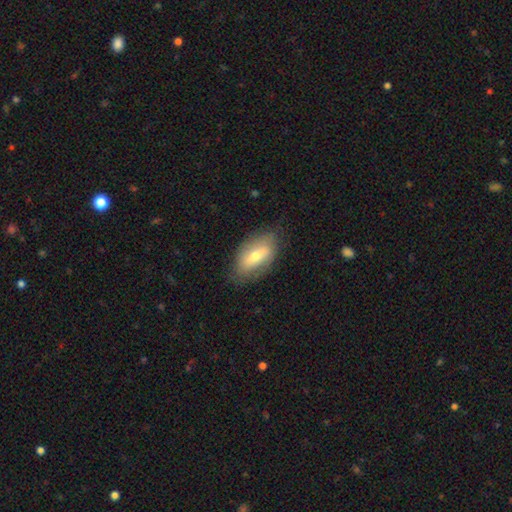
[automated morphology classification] A smooth galaxy with no disk features (54%) that is in between round and cigar-shaped (89%).

Vote fractions:
- Smooth or featured? smooth: 54% / featured or disk: 39% / star or artifact: 7%
- How rounded? in between: 89% / cigar-shaped: 6% / round: 4%
- Merging? none: 76% / minor disturbance: 18% / major disturbance: 5% / merger: 1%